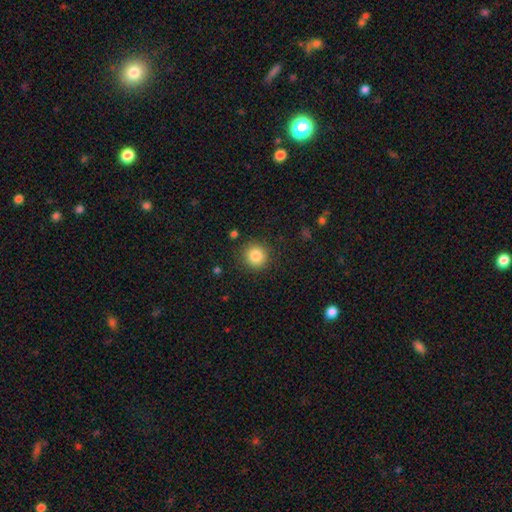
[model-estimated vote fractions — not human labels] This is clearly a smooth galaxy (85%). How rounded: clearly round (92%). Merging: clearly none (89%).